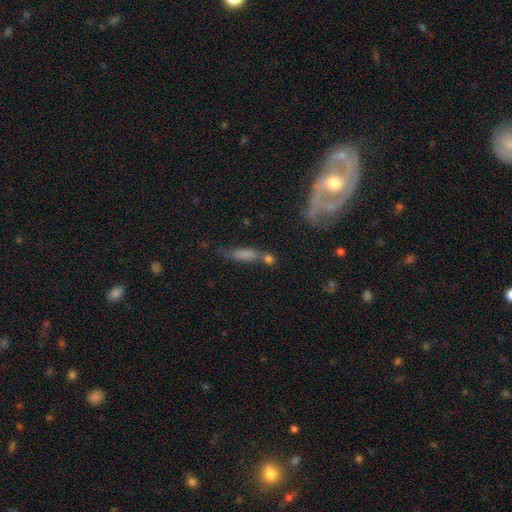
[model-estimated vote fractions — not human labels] This is possibly a featured or disk galaxy (55%). It is likely not viewed edge-on (68%). Merging: possibly none (56%).